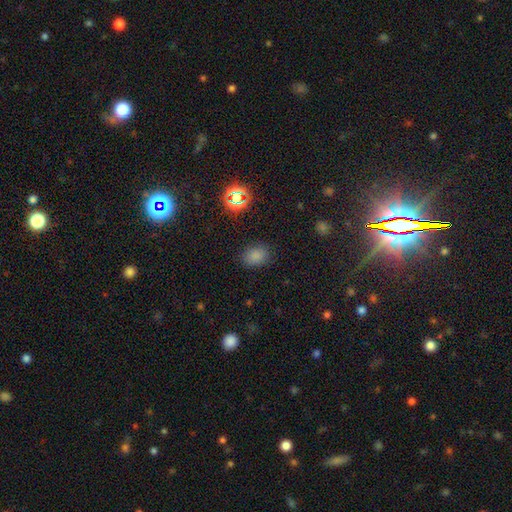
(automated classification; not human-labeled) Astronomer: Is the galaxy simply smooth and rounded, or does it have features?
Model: smooth — 78%.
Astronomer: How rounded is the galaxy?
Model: in between — 70%.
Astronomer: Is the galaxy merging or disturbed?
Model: none — 84%.